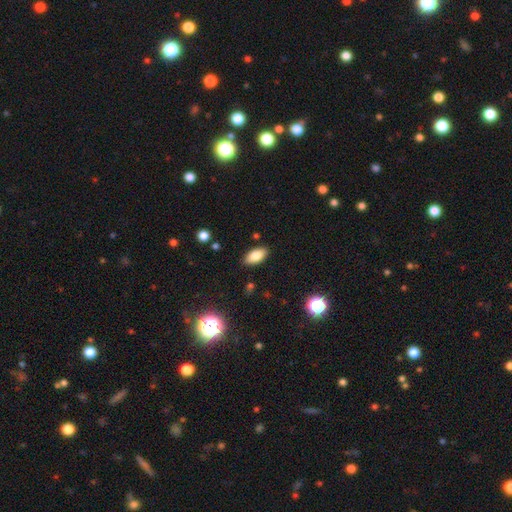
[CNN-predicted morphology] Overall: smooth (82%). How rounded: in between (91%). Merging: none (87%).